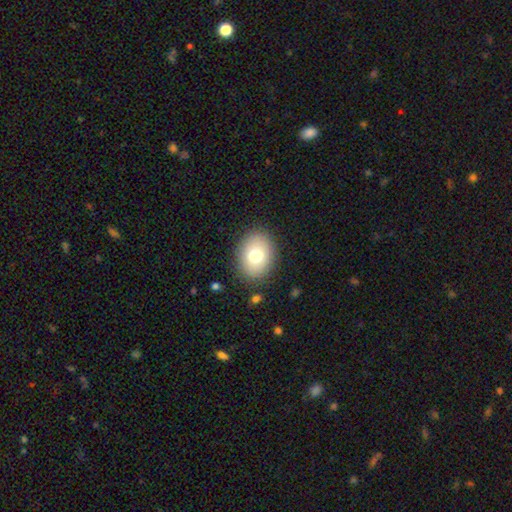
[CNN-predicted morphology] This is likely a smooth galaxy (74%). How rounded: possibly in between (53%). Merging: clearly none (87%).